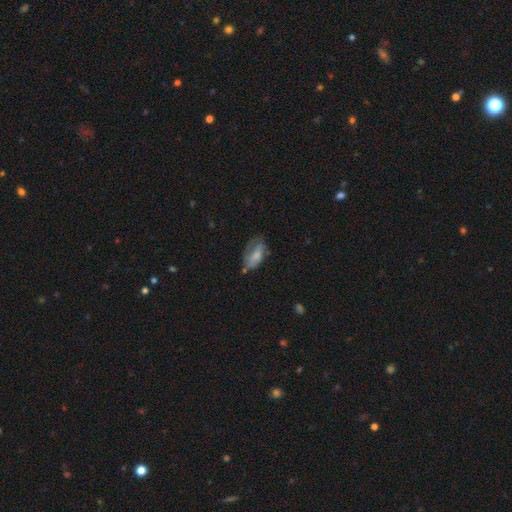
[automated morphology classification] A smooth galaxy with no disk features (58%) that is in between round and cigar-shaped (90%). Merging: none (42%).